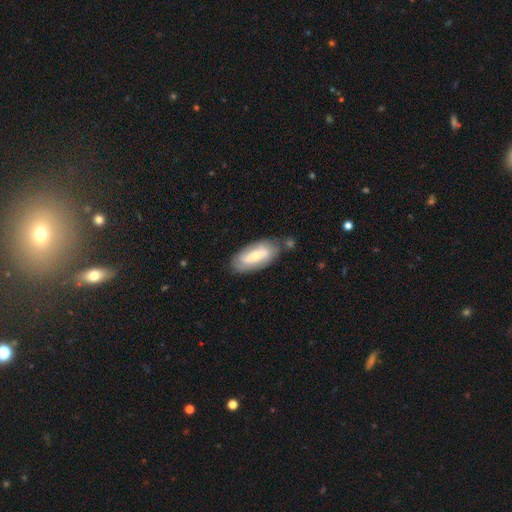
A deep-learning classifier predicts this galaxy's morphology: smooth_or_featured: smooth (p=0.48) [alt: featured or disk p=0.45]
merging: none (p=0.68) [alt: minor disturbance p=0.20]